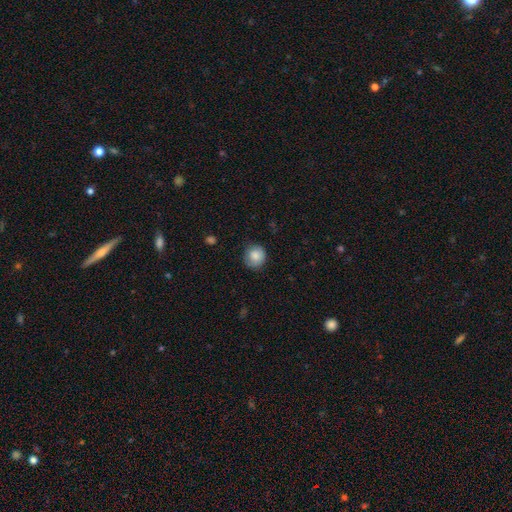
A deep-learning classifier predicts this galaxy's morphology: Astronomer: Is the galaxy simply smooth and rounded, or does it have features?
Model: smooth — 84%.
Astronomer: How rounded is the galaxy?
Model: round — 87%.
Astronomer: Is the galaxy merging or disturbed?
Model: none — 78%.